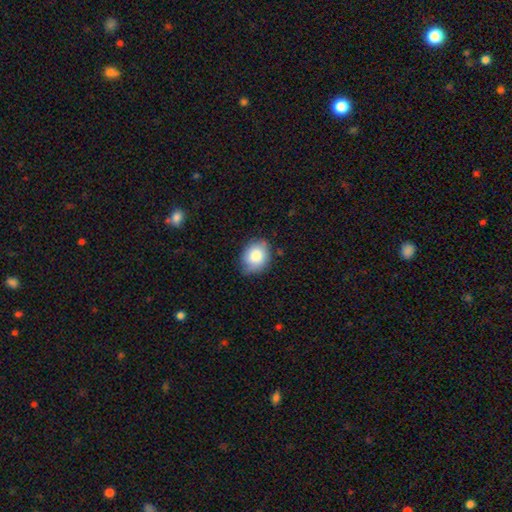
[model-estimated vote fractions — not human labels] This is clearly a smooth galaxy (81%). How rounded: possibly in between (58%). Merging: likely none (69%).